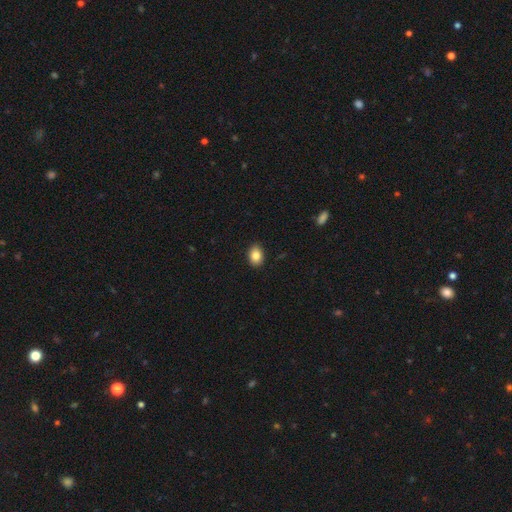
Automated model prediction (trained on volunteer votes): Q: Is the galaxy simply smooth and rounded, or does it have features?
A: smooth — 85%.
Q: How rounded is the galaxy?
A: in between — 74%.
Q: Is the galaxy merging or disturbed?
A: none — 90%.